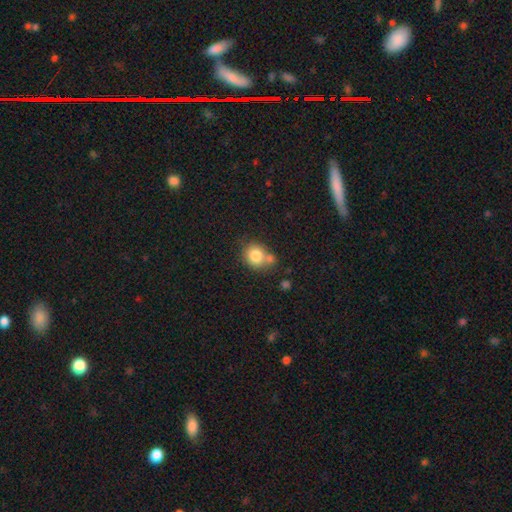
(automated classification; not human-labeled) Smooth or featured: smooth — 81% (featured or disk — 10%)
How rounded: round — 75% (in between — 24%)
Merging: none — 51% (merger — 30%)